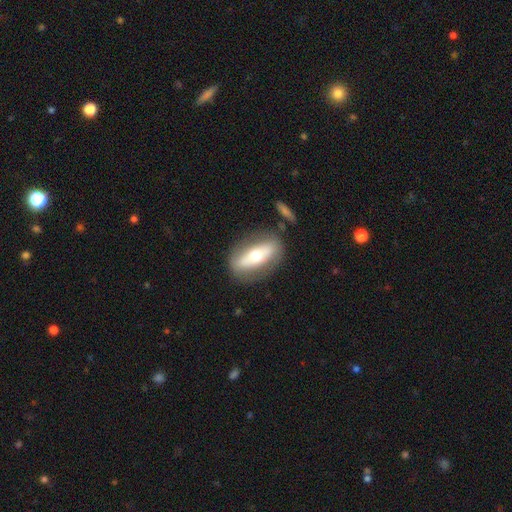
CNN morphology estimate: The model was most divided on "smooth or featured": featured or disk: 51%, smooth: 43%, star or artifact: 6%. More confident: merging — none (79%); edge-on disk — no (65%).